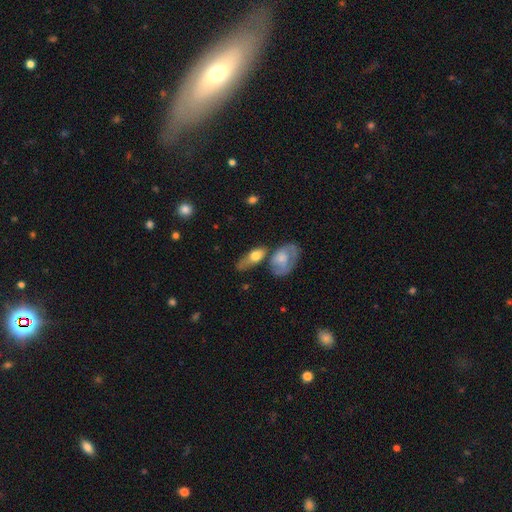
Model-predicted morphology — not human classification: A smooth galaxy with no disk features (59%) that is in between round and cigar-shaped (76%).

Vote fractions:
- Smooth or featured? smooth: 59% / featured or disk: 35% / star or artifact: 6%
- How rounded? in between: 76% / cigar-shaped: 15% / round: 10%
- Merging? none: 47% / merger: 23% / minor disturbance: 21% / major disturbance: 9%